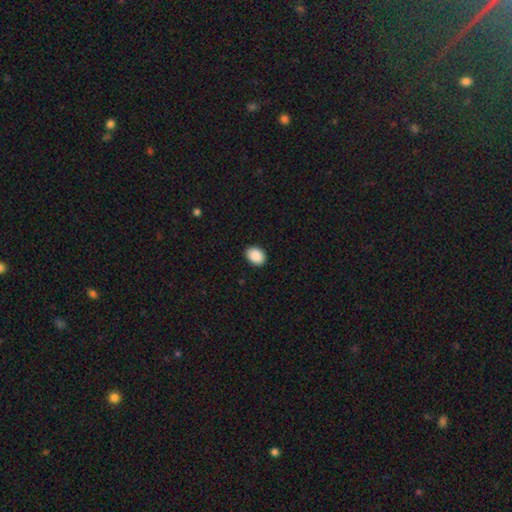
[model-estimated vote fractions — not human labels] Morphology: type=smooth (90%); roundness=in between (73%); merging=none (90%).